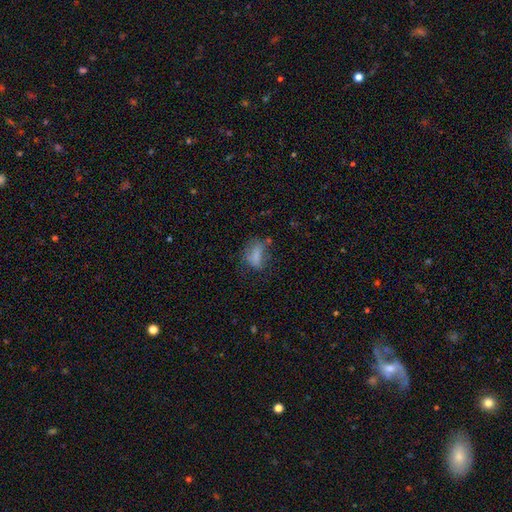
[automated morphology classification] The model was most divided on "merging": none: 42%, minor disturbance: 27%, major disturbance: 25%, merger: 6%. More confident: how rounded — in between (81%); smooth or featured — smooth (70%).